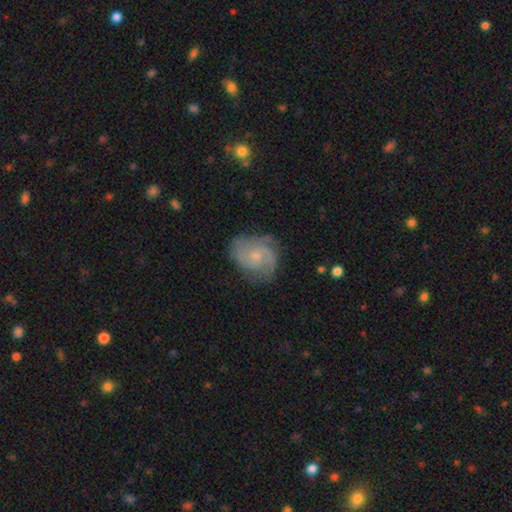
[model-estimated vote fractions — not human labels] This is likely a featured or disk galaxy (77%). It is clearly not viewed edge-on (98%). Bar: likely no (69%). Spiral arm pattern: clearly yes (94%). Spiral arm count: marginally 2 (43%). Spiral winding: possibly medium (46%). Central bulge: possibly small (59%). Merging: likely none (69%).